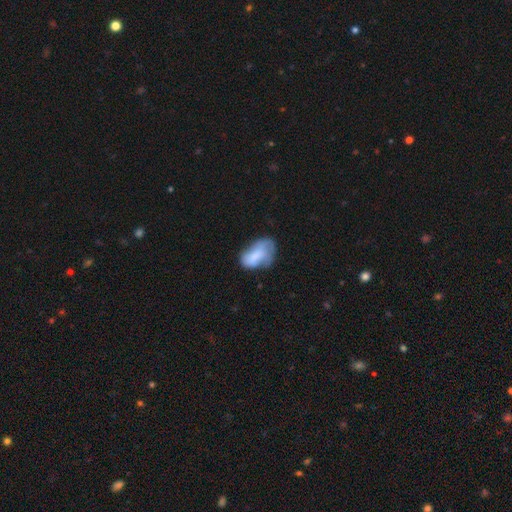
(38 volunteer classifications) This is possibly a featured or disk galaxy (50%). It is clearly not viewed edge-on (95%). Bar: likely no (78%). Spiral arm pattern: possibly yes (56%). Spiral arm count: marginally can't tell (40%). Spiral winding: likely loose (60%). Central bulge: likely none (72%). Merging: marginally major disturbance (43%).